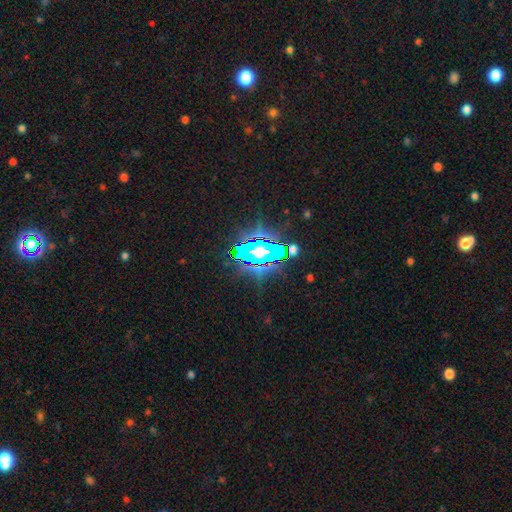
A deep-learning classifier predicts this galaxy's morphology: smooth-or-featured: star or artifact: 74% | featured or disk: 14% | smooth: 12%